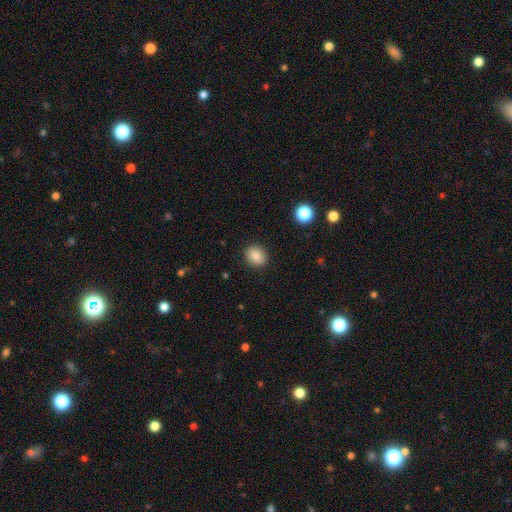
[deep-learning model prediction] smooth_or_featured: smooth (p=0.83) [alt: star or artifact p=0.10]
how_rounded: round (p=0.75) [alt: in between p=0.25]
merging: none (p=0.90) [alt: minor disturbance p=0.07]